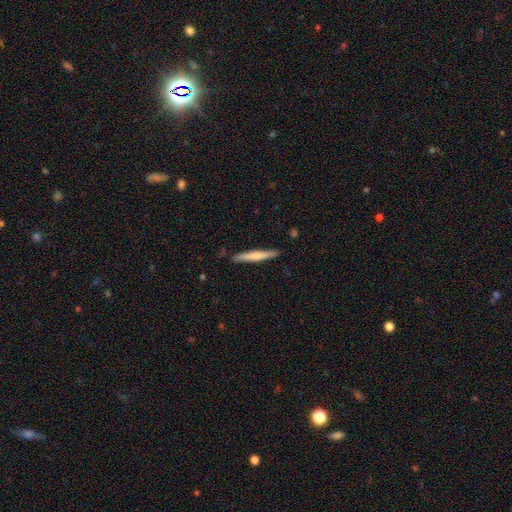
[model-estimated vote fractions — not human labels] smooth 61%, featured or disk 34%, star or artifact 5%. Down the decision tree: how rounded — cigar-shaped (96%); merging — none (89%).